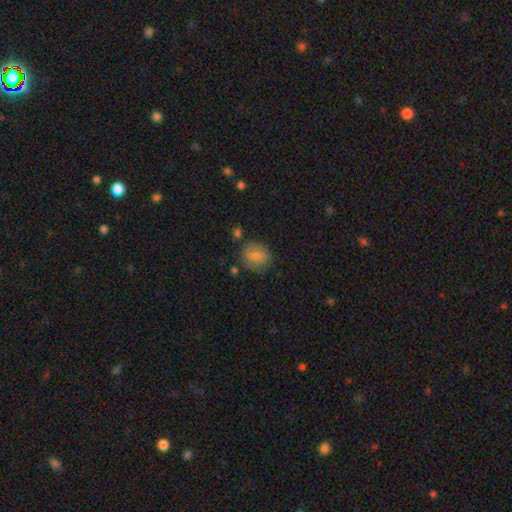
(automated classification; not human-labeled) Morphology: type=smooth (76%); roundness=round (62%); merging=none (69%).